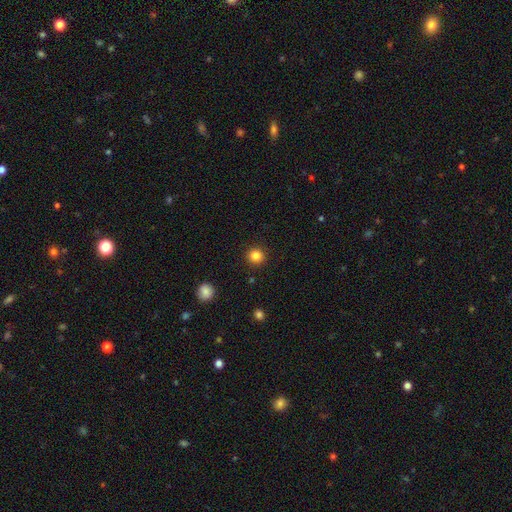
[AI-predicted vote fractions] smooth-or-featured: smooth: 84% | star or artifact: 12% | featured or disk: 4%
  how-rounded: round: 94% | in between: 5% | cigar-shaped: 1%
  merging: none: 92% | minor disturbance: 5% | major disturbance: 2% | merger: 1%